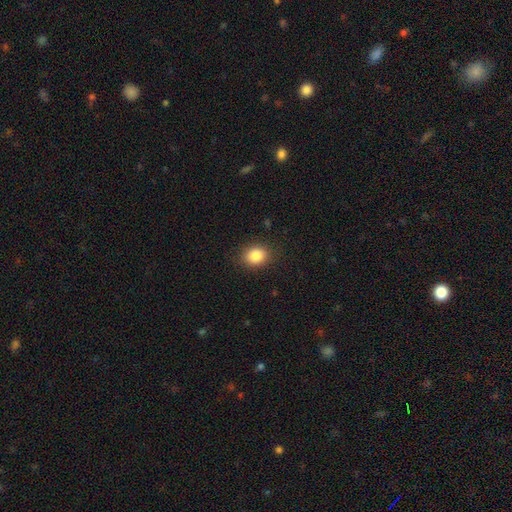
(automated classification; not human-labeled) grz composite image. It shows a smooth galaxy with no disk features (85%) that is round (57%). Merging: none (87%).